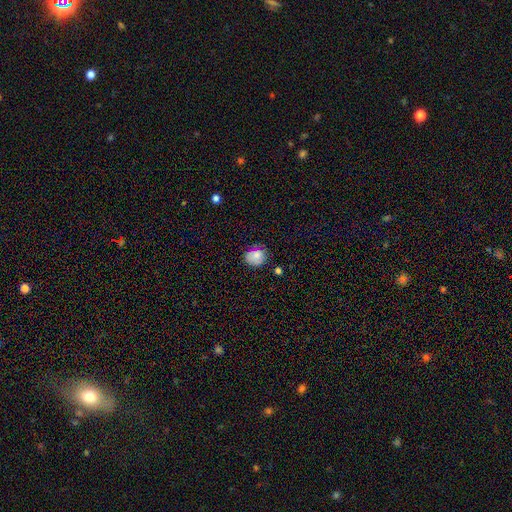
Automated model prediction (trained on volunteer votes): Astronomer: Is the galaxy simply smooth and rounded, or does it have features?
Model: smooth — 79%.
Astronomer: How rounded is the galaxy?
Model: round — 64%.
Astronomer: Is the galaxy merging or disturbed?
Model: none — 68%.